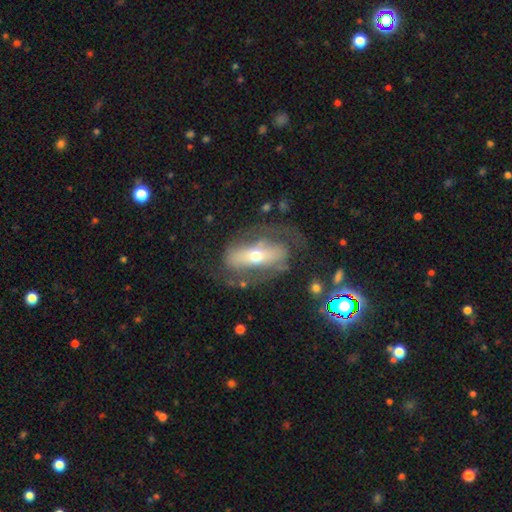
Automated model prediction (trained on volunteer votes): Smooth or featured? Predicted: featured or disk (p=0.75). Edge-on disk? Predicted: no (p=0.88). Bar? Predicted: strong (p=0.50). Spiral arms? Predicted: yes (p=0.79). Spiral winding? Predicted: medium (p=0.44). Spiral arm count? Predicted: 2 (p=0.80). Bulge size? Predicted: moderate (p=0.49). Merging? Predicted: none (p=0.62).